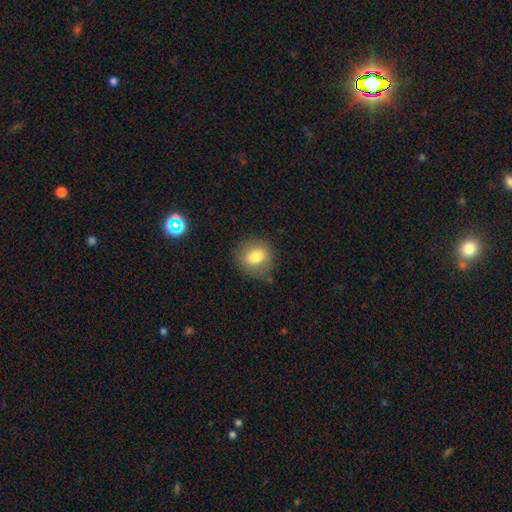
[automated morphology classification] smooth 76%, featured or disk 15%, star or artifact 9%. Down the decision tree: how rounded — round (69%); merging — none (76%).